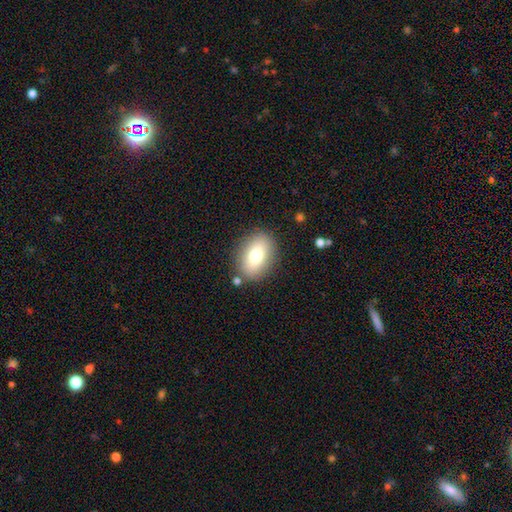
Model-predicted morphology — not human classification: Q: Smooth or featured?
A: smooth (74%); runner-up: featured or disk (18%)
Q: How rounded?
A: in between (82%); runner-up: round (16%)
Q: Merging?
A: none (83%); runner-up: minor disturbance (10%)